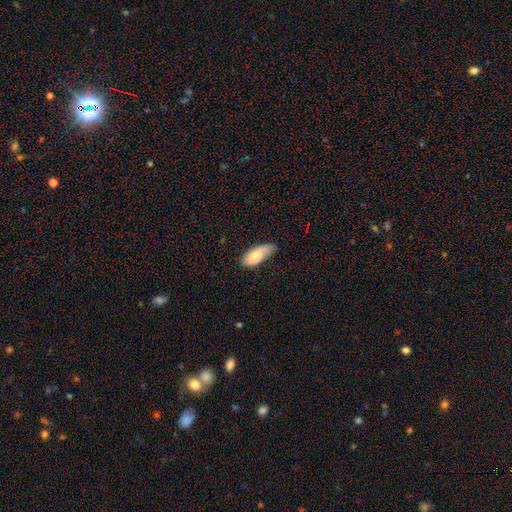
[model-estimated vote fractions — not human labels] Overall: smooth (74%). How rounded: in between (87%). Merging: none (51%; minor disturbance 40%).